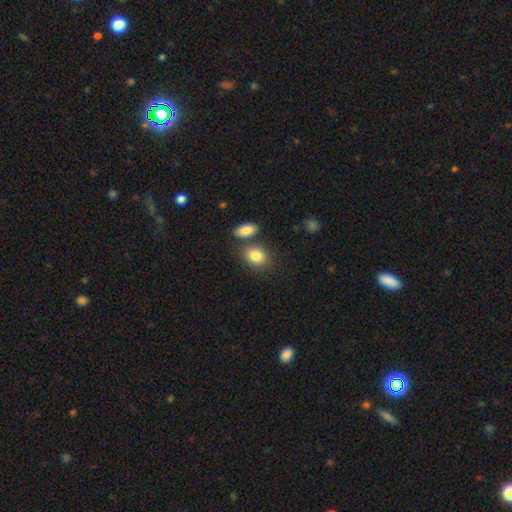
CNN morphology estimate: This appears to be a smooth galaxy with no disk features (84%) that is in between round and cigar-shaped (65%). Merging: none (65%).